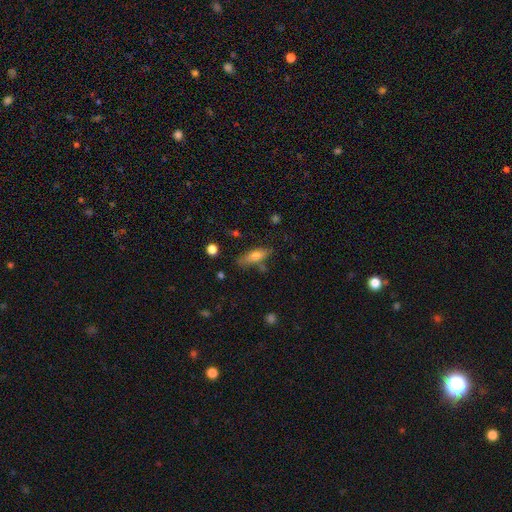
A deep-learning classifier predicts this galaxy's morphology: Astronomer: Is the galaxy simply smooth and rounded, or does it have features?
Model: smooth — 71%.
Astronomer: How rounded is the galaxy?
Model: in between — 60% (runner-up: cigar-shaped, 37%).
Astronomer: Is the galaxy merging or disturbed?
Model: none — 69%.